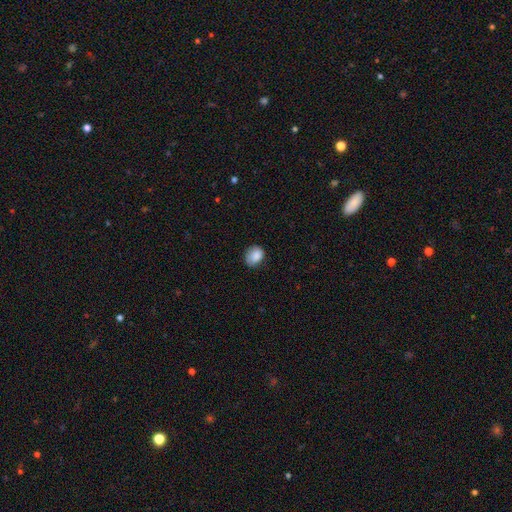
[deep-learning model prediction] A smooth galaxy with no disk features (84%) that is in between round and cigar-shaped (57%). Merging: none (62%).